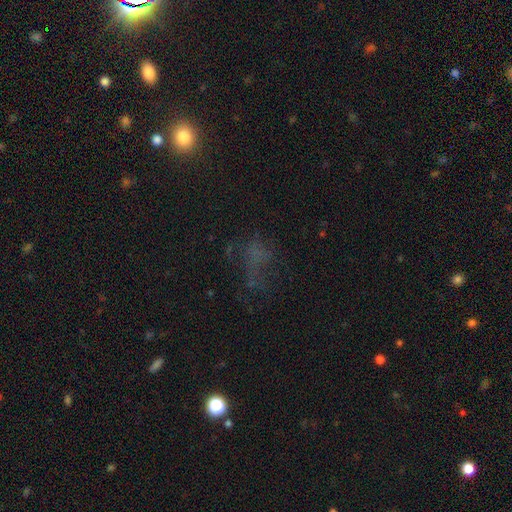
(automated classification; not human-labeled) The model was most divided on "smooth or featured": smooth: 36%, star or artifact: 35%, featured or disk: 29%. Remaining: merging — none (44%).